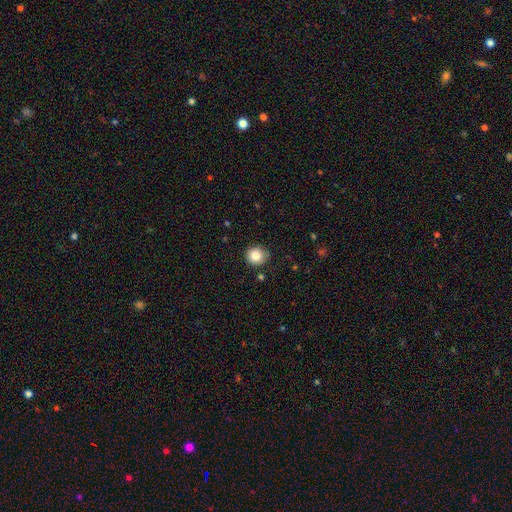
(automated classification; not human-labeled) smooth-or-featured: smooth: 84% | star or artifact: 10% | featured or disk: 6%
  how-rounded: round: 88% | in between: 11% | cigar-shaped: 1%
  merging: none: 83% | minor disturbance: 13% | major disturbance: 3% | merger: 2%